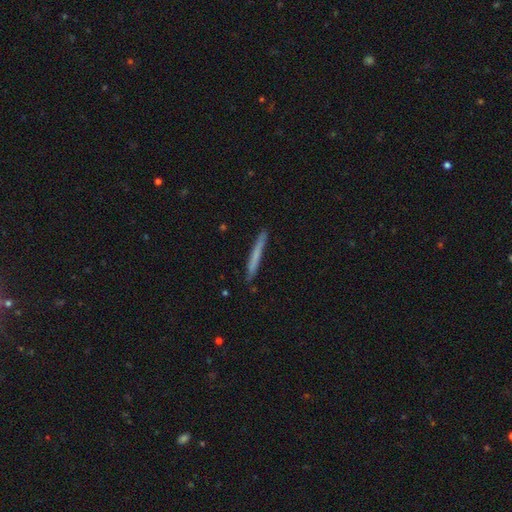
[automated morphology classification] Smooth or featured? smooth (63%)
How rounded? cigar-shaped (97%)
Merging? none (88%)